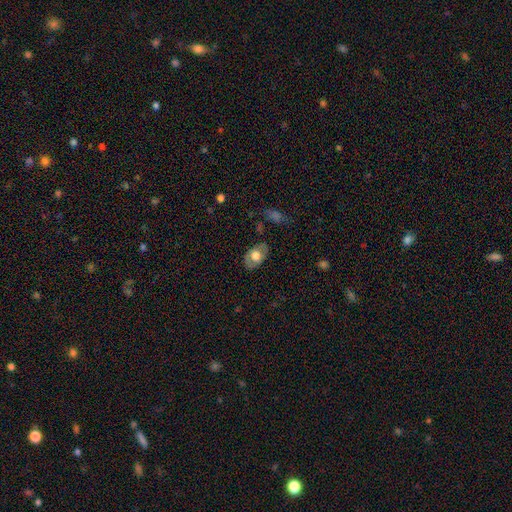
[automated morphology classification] Smooth or featured?
  - smooth: 61% *
  - featured or disk: 33%
  - star or artifact: 6%
How rounded?
  - in between: 88% *
  - round: 11%
  - cigar-shaped: 1%
Merging?
  - none: 81% *
  - minor disturbance: 14%
  - major disturbance: 4%
  - merger: 1%